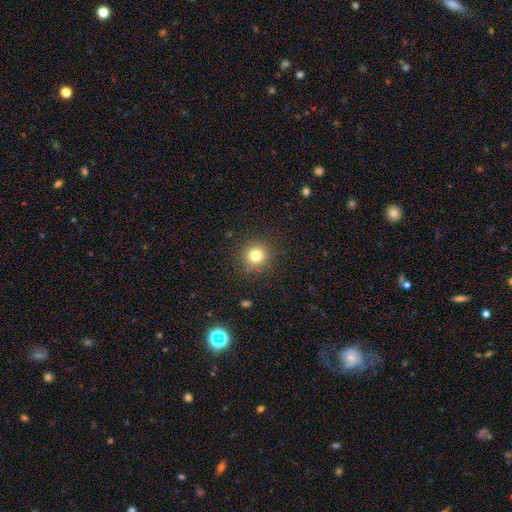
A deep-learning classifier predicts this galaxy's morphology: This is likely a smooth galaxy (79%). How rounded: clearly round (94%). Merging: clearly none (89%).